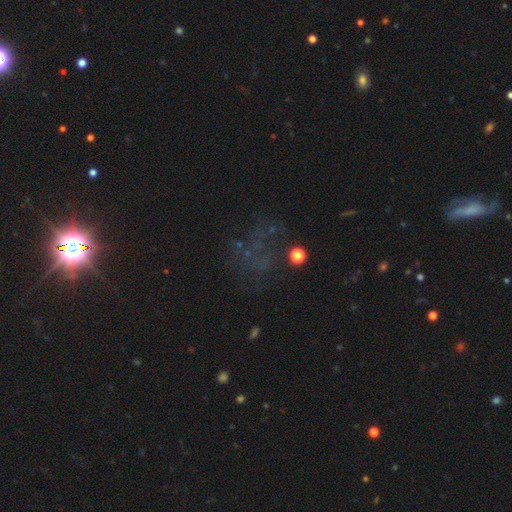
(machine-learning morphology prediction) This is likely a star or artifact rather than a galaxy (62%).